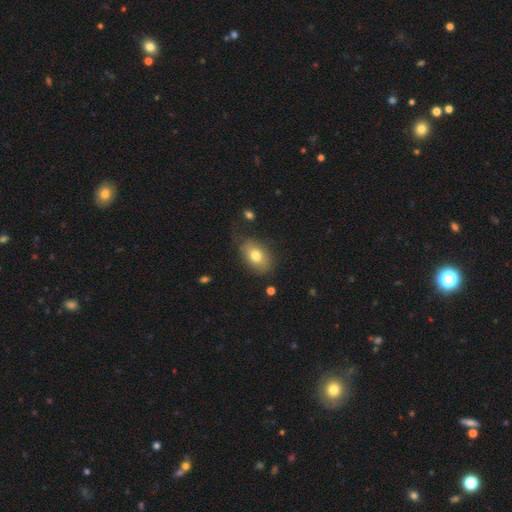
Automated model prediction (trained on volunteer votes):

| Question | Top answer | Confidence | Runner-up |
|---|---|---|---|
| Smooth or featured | smooth | 77% | featured or disk (15%) |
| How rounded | in between | 83% | round (15%) |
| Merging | none | 73% | minor disturbance (19%) |